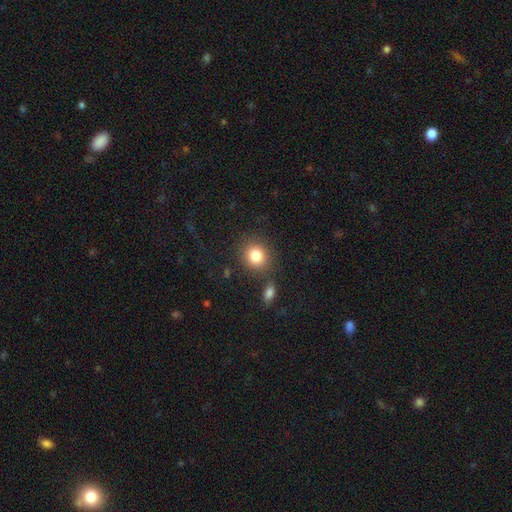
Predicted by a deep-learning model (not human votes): smooth 83%, star or artifact 10%, featured or disk 7%. Down the decision tree: how rounded — round (83%); merging — none (80%).